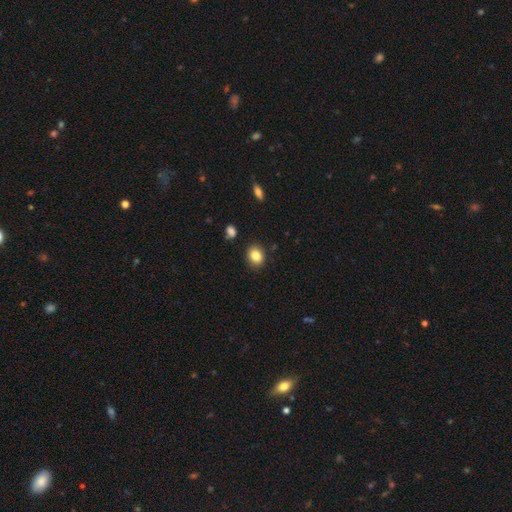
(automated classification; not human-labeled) Smooth or featured? smooth (85%)
How rounded? round (52%)
Merging? none (87%)